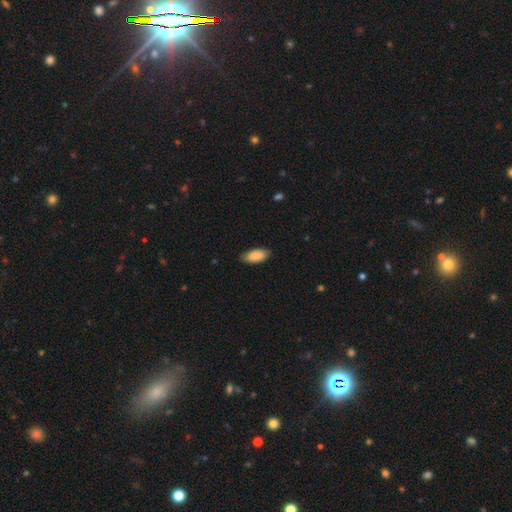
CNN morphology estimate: A smooth galaxy with no disk features (88%) that is in between round and cigar-shaped (90%).

Vote fractions:
- Smooth or featured? smooth: 88% / featured or disk: 6% / star or artifact: 6%
- How rounded? in between: 90% / cigar-shaped: 8% / round: 2%
- Merging? none: 80% / minor disturbance: 16% / major disturbance: 2% / merger: 1%